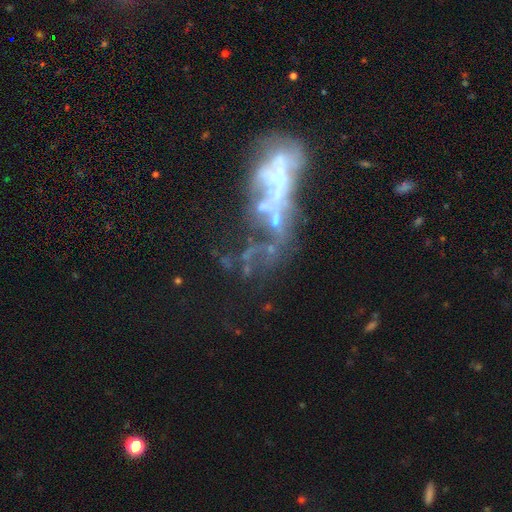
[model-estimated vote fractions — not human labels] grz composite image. It shows a featured or disk galaxy (60%) with no bar (87%), no spiral arms (90%) and no central bulge (51%). Merging: major disturbance (36%, tied with merger).